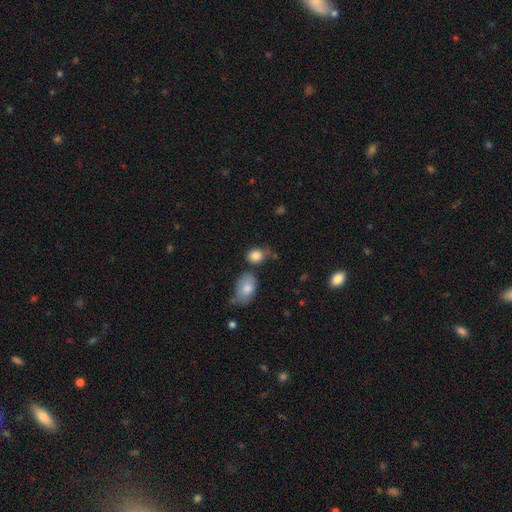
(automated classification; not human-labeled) Smooth or featured? smooth (84%)
How rounded? in between (50%)
Merging? none (55%)